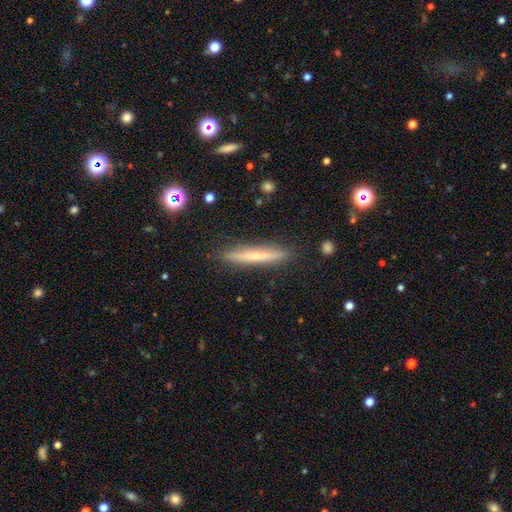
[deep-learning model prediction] Smooth or featured? Predicted: smooth (p=0.51). How rounded? Predicted: cigar-shaped (p=0.95). Merging? Predicted: none (p=0.89).